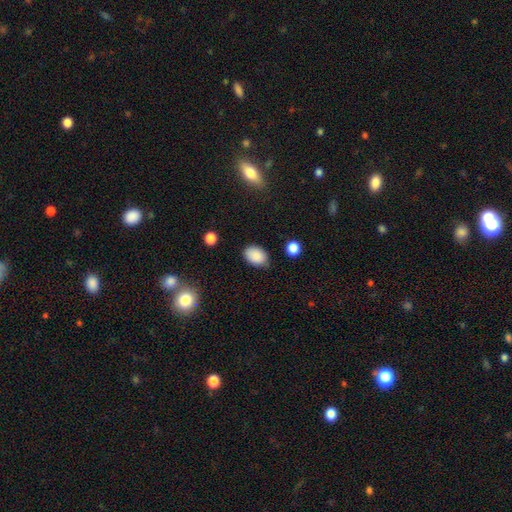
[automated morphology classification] smooth_or_featured: smooth (p=0.88) [alt: star or artifact p=0.08]
how_rounded: in between (p=0.85) [alt: round p=0.14]
merging: none (p=0.78) [alt: minor disturbance p=0.17]